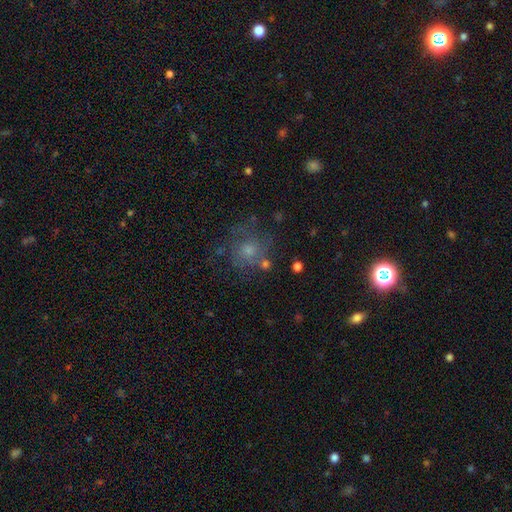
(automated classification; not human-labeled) smooth-or-featured: featured or disk: 40% | smooth: 35% | star or artifact: 26%
  merging: none: 68% | minor disturbance: 16% | major disturbance: 11% | merger: 5%